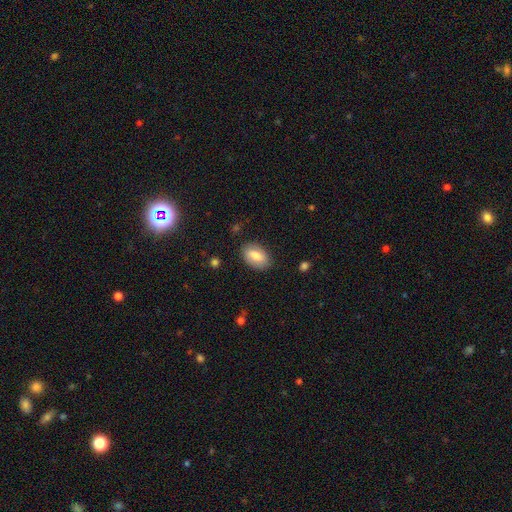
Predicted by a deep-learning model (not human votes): This is likely a smooth galaxy (76%). How rounded: clearly in between (91%). Merging: clearly none (83%).